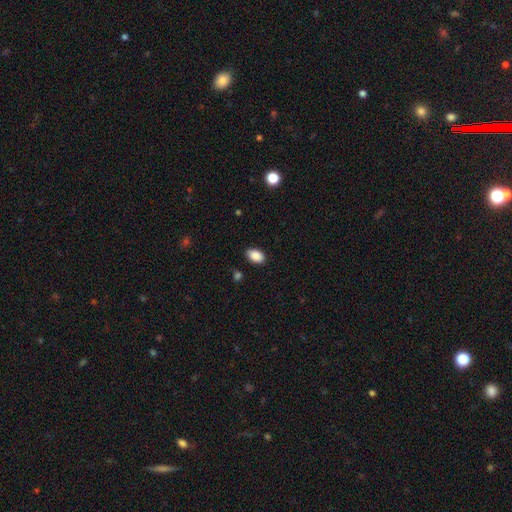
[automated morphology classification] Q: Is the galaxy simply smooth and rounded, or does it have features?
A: smooth — 89%.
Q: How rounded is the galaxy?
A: in between — 91%.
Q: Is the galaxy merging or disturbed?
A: none — 87%.